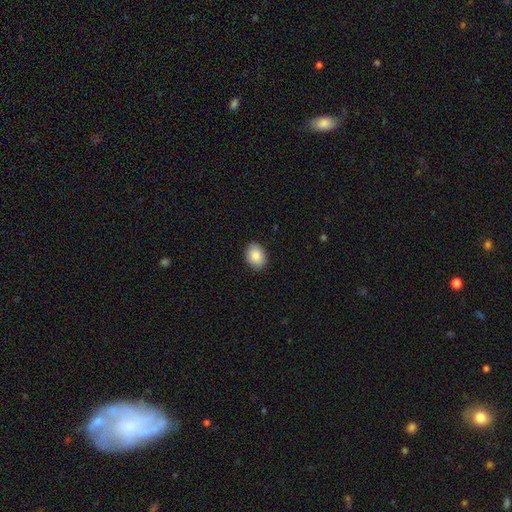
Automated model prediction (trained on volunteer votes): Q: Smooth or featured?
A: smooth (86%); runner-up: star or artifact (7%)
Q: How rounded?
A: in between (66%); runner-up: round (33%)
Q: Merging?
A: none (89%); runner-up: minor disturbance (9%)